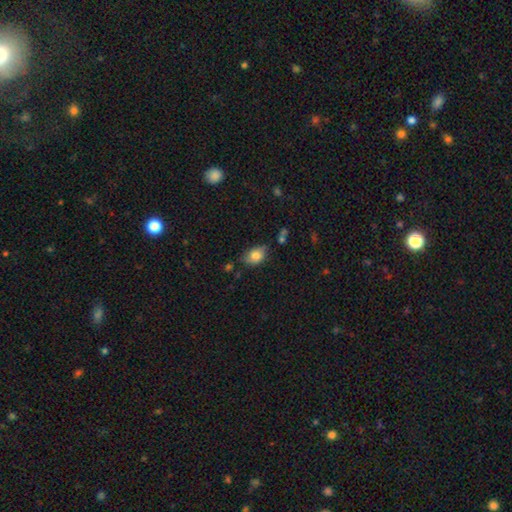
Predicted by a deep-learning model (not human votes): A smooth galaxy with no disk features (80%) that is in between round and cigar-shaped (79%).

Vote fractions:
- Smooth or featured? smooth: 80% / featured or disk: 11% / star or artifact: 9%
- How rounded? in between: 79% / round: 20% / cigar-shaped: 2%
- Merging? none: 63% / minor disturbance: 27% / major disturbance: 5% / merger: 4%